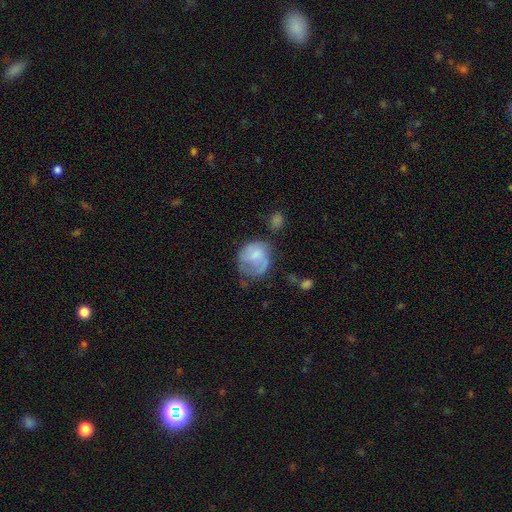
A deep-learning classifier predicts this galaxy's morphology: Smooth or featured?
  - smooth: 55% *
  - featured or disk: 38%
  - star or artifact: 8%
How rounded?
  - round: 72% *
  - in between: 27%
  - cigar-shaped: 1%
Merging?
  - none: 37% *
  - minor disturbance: 29%
  - major disturbance: 28%
  - merger: 6%